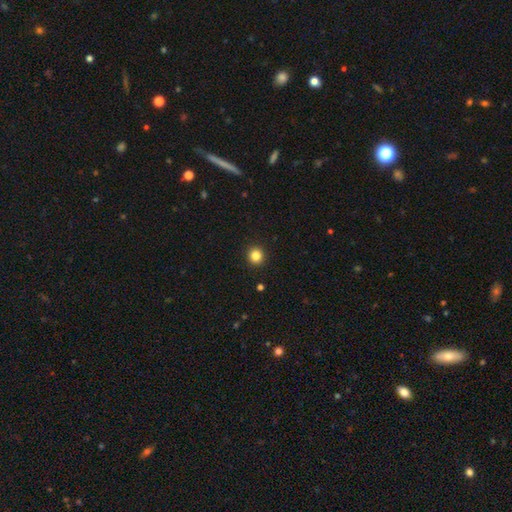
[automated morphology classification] This is clearly a smooth galaxy (84%). How rounded: clearly round (93%). Merging: clearly none (93%).